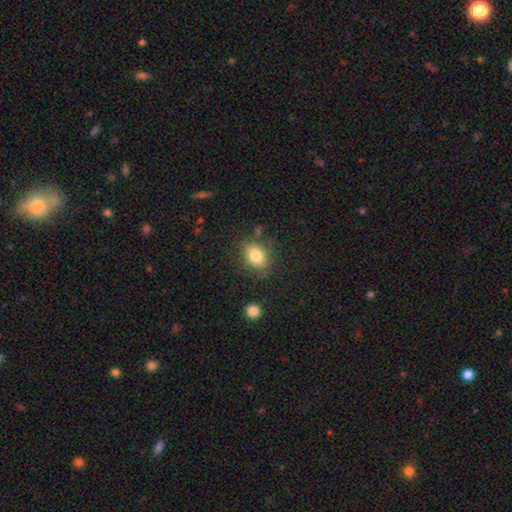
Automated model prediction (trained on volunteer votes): Smooth or featured? smooth (80%)
How rounded? in between (71%)
Merging? none (77%)